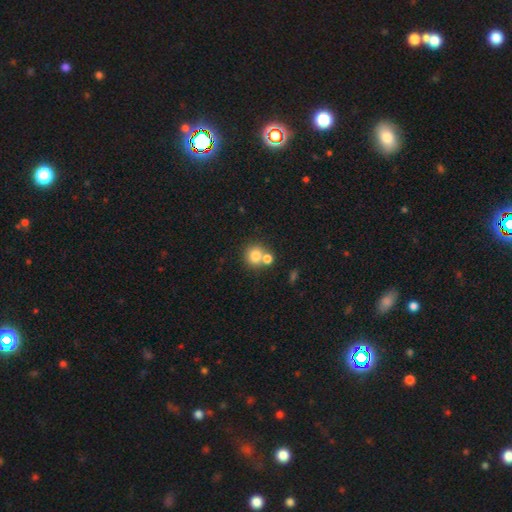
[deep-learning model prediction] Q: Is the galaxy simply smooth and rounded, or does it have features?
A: smooth — 78%.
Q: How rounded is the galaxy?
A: round — 84%.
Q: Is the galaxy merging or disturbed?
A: none — 49%.